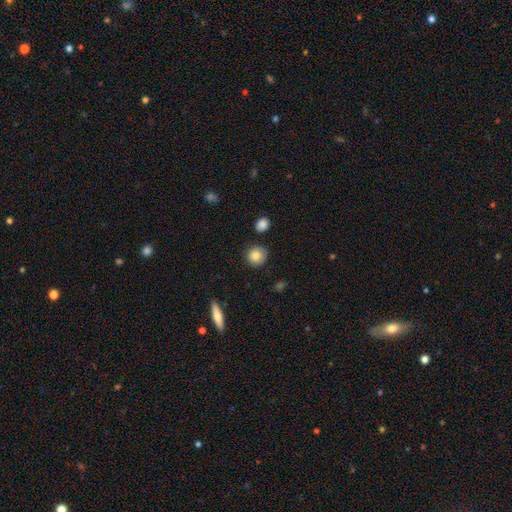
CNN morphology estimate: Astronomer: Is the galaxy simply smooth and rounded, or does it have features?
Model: smooth — 83%.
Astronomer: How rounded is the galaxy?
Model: round — 89%.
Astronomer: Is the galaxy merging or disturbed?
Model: none — 85%.